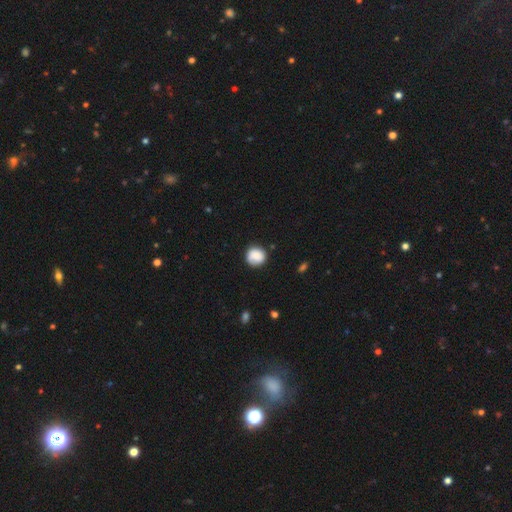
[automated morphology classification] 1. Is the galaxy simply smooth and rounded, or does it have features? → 84% smooth, 8% star or artifact, 8% featured or disk.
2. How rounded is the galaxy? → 91% round, 8% in between, 1% cigar-shaped.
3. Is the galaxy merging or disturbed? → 80% none, 14% minor disturbance, 4% major disturbance, 2% merger.